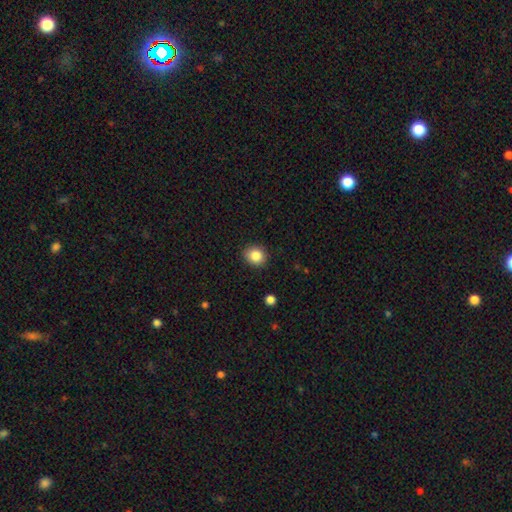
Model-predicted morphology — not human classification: This is clearly a smooth galaxy (86%). How rounded: likely round (74%). Merging: clearly none (88%).